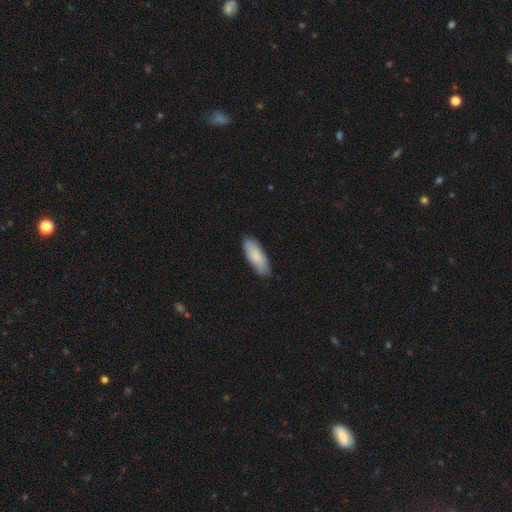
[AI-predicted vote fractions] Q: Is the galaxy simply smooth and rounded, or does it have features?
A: smooth — 86%.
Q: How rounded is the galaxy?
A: in between — 68%.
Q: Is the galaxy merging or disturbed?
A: none — 85%.